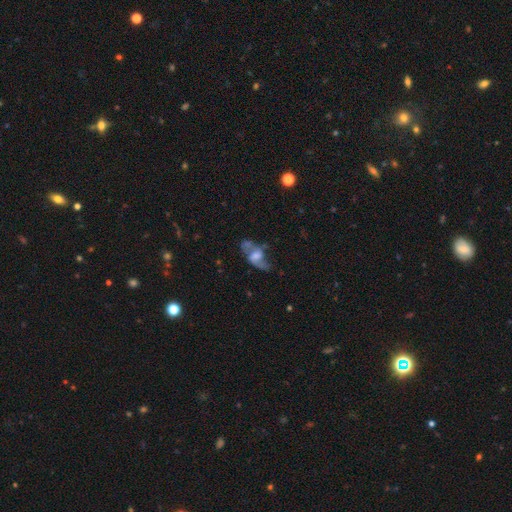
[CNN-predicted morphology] Q: Smooth or featured?
A: featured or disk (64%); runner-up: smooth (25%)
Q: Edge-on disk?
A: no (93%); runner-up: yes (7%)
Q: Bar?
A: no (51%); runner-up: weak (38%)
Q: Spiral arms?
A: yes (71%); runner-up: no (29%)
Q: Bulge size?
A: moderate (39%); runner-up: small (24%)
Q: Merging?
A: none (41%); runner-up: major disturbance (28%)